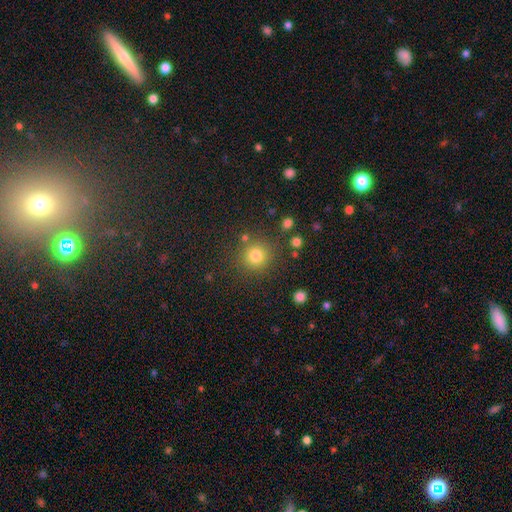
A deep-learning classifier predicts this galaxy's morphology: A smooth galaxy with no disk features (80%) that is round (93%).

Vote fractions:
- Smooth or featured? smooth: 80% / star or artifact: 14% / featured or disk: 6%
- How rounded? round: 93% / in between: 6% / cigar-shaped: 1%
- Merging? none: 84% / minor disturbance: 8% / merger: 5% / major disturbance: 3%